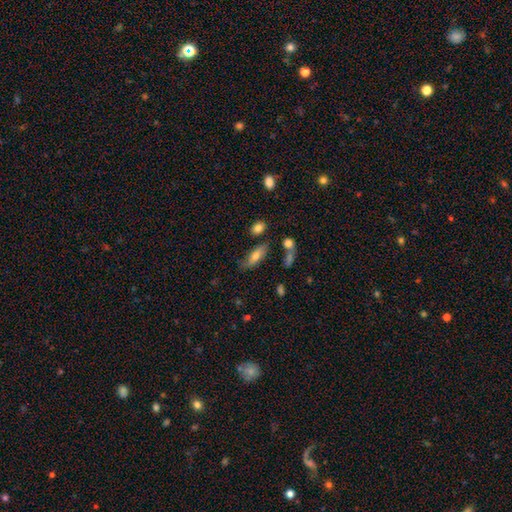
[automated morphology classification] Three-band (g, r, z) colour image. It shows a smooth galaxy with no disk features (68%) that is in between round and cigar-shaped (68%). Merging: none (65%).